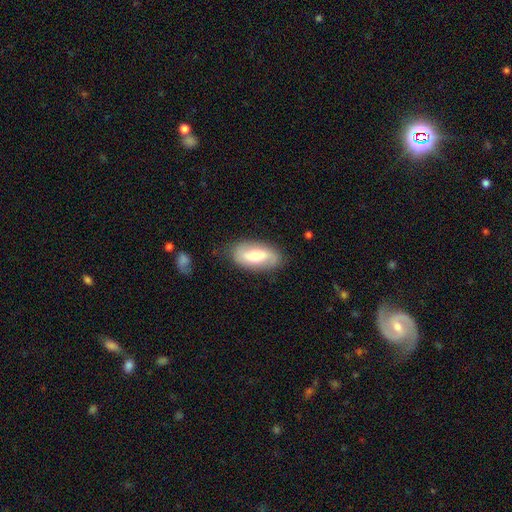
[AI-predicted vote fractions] This is possibly a featured or disk galaxy (47%). Merging: likely none (80%).